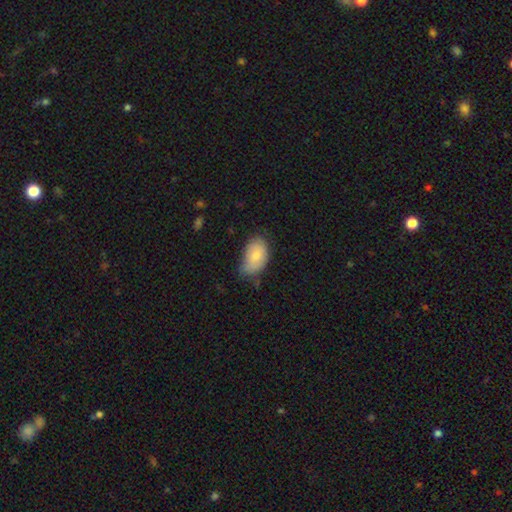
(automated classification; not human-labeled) Smooth or featured: smooth — 80% (featured or disk — 14%)
How rounded: in between — 93% (round — 6%)
Merging: none — 47% (minor disturbance — 41%)